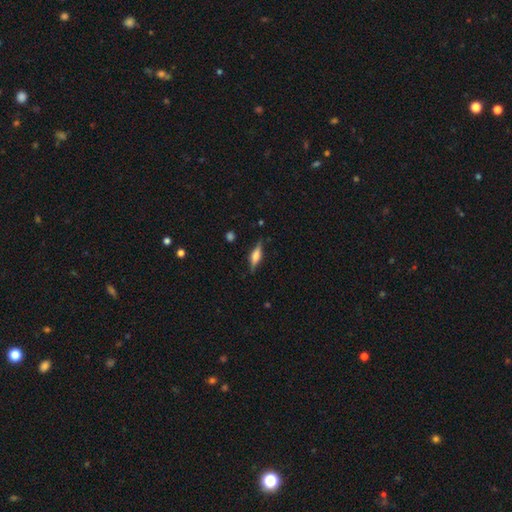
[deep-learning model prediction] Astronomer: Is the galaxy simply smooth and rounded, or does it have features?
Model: featured or disk — 60%.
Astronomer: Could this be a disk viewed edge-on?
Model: yes — 96%.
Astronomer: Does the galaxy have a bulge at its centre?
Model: rounded — 77%.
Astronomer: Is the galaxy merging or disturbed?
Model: none — 85%.